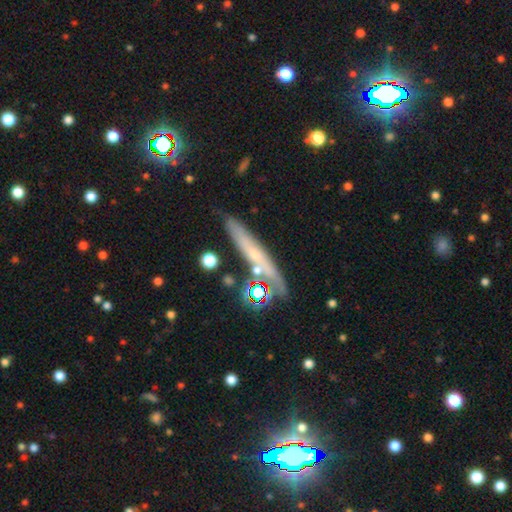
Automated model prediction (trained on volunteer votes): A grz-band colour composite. It shows a featured or disk galaxy (45%). Merging: none (75%).